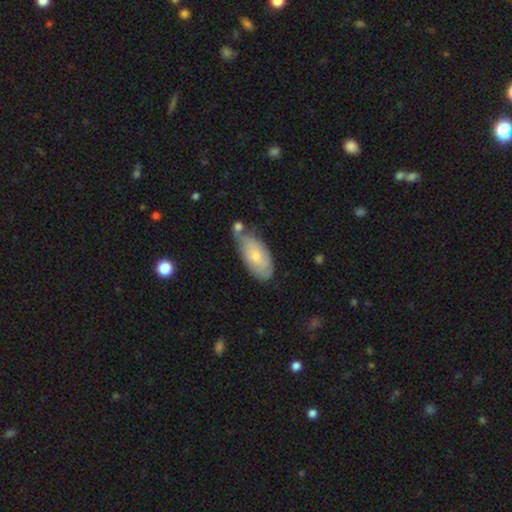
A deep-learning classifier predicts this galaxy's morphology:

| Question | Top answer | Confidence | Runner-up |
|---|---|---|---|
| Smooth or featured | smooth | 61% | featured or disk (33%) |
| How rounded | in between | 91% | cigar-shaped (6%) |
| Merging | none | 46% | minor disturbance (29%) |